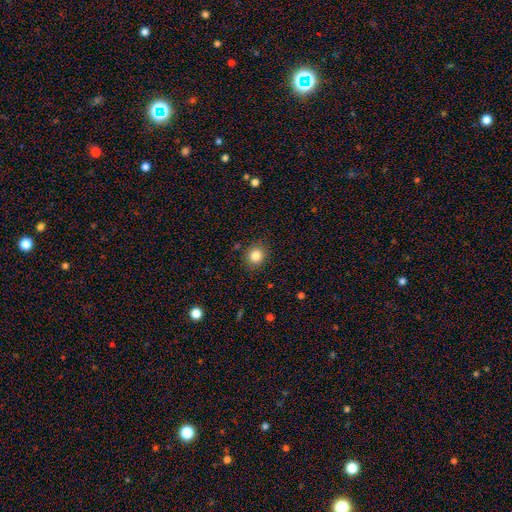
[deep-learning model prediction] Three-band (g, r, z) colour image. It shows a smooth galaxy with no disk features (84%) that is round (78%). Merging: none (87%).